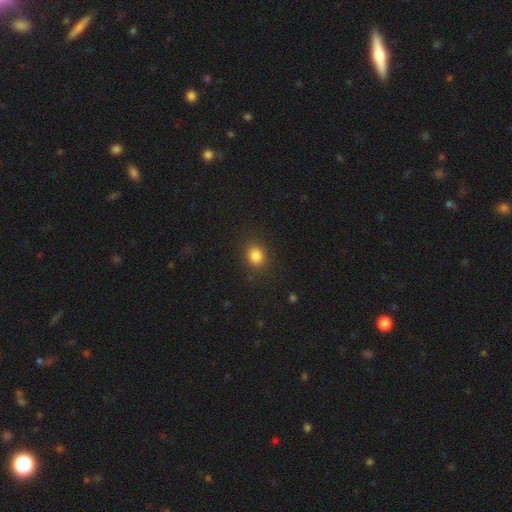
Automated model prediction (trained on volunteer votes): Smooth or featured: smooth — 84% (star or artifact — 11%)
How rounded: round — 62% (in between — 37%)
Merging: none — 87% (minor disturbance — 9%)